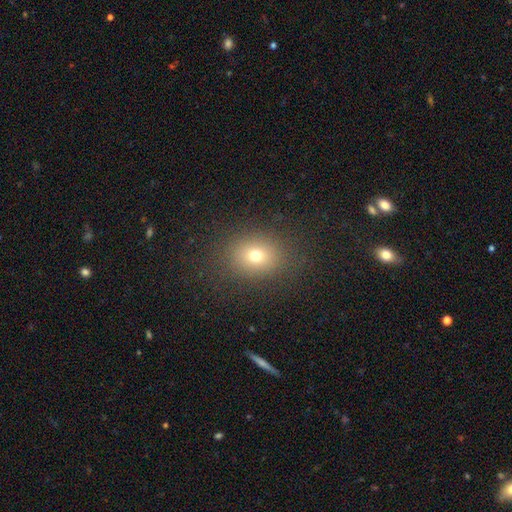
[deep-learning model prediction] Morphology: type=smooth (72%); roundness=round (56%); merging=none (84%).